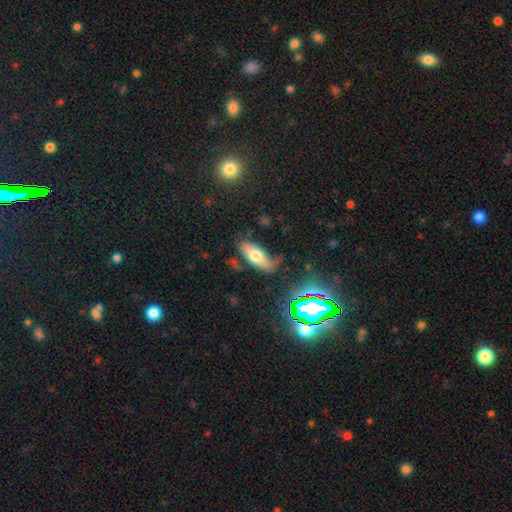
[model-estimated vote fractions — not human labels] smooth_or_featured: smooth (p=0.60) [alt: featured or disk p=0.28]
how_rounded: in between (p=0.80) [alt: cigar-shaped p=0.17]
merging: none (p=0.56) [alt: minor disturbance p=0.27]